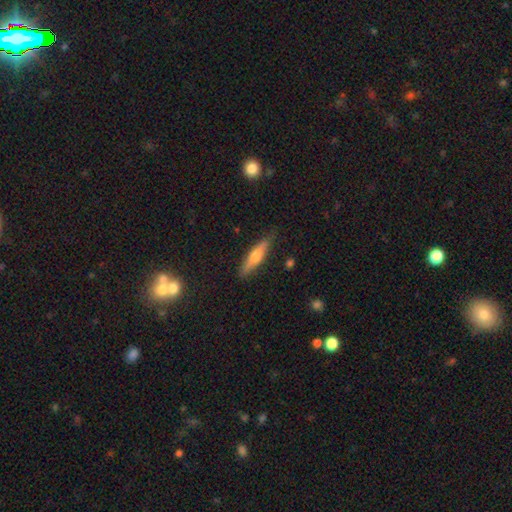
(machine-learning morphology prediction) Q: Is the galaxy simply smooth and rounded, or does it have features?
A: featured or disk — 47%, tied with smooth.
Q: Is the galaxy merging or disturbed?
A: none — 85%.